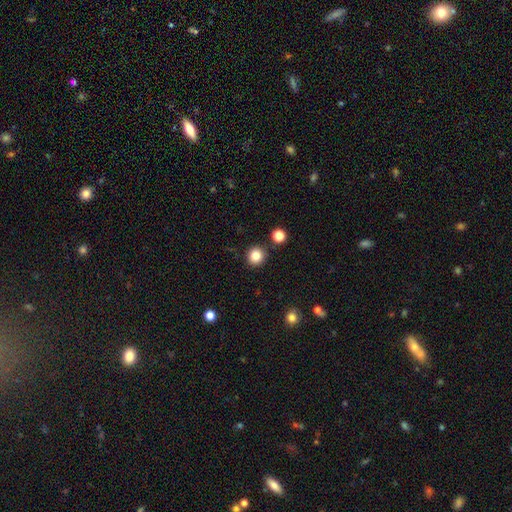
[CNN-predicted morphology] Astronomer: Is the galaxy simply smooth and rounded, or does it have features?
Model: smooth — 84%.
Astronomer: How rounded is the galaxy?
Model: round — 92%.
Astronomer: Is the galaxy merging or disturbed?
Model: none — 90%.